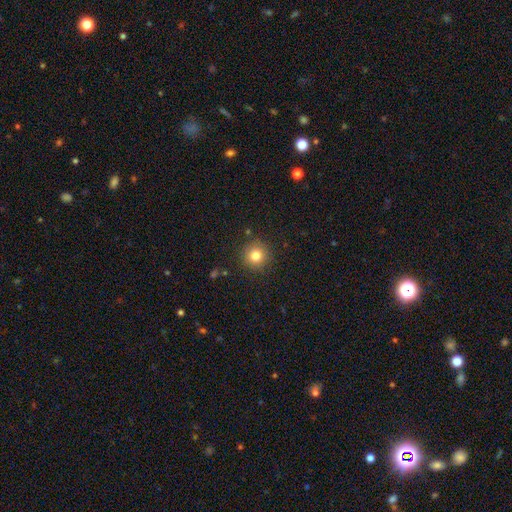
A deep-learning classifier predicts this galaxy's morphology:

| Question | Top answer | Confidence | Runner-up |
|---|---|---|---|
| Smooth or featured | smooth | 81% | star or artifact (12%) |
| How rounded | round | 95% | in between (4%) |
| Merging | none | 90% | minor disturbance (6%) |